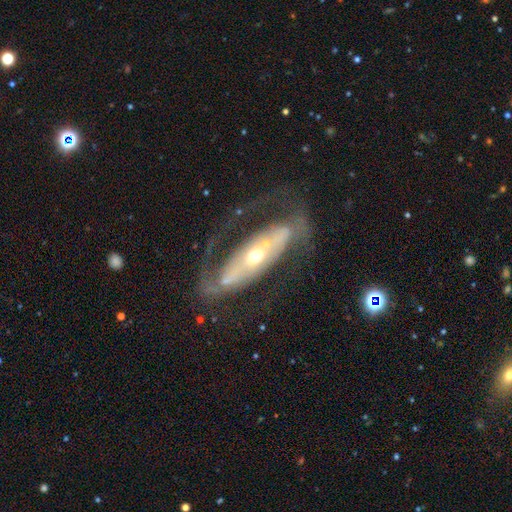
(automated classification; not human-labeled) This is likely a featured or disk galaxy (78%). It is clearly not viewed edge-on (84%). Bar: possibly no (50%). Spiral arm pattern: likely yes (70%). Central bulge: likely moderate (65%). Merging: possibly none (46%).